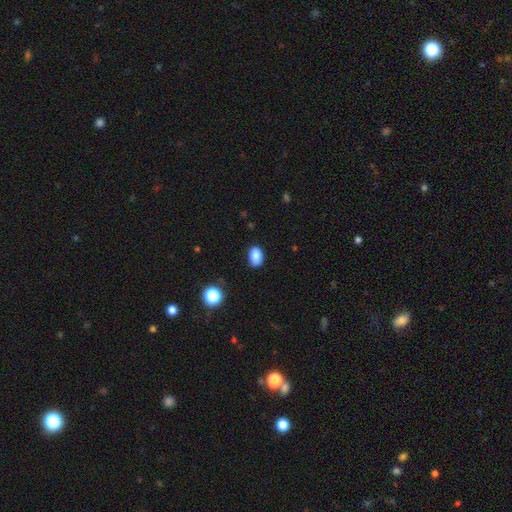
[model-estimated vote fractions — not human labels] This is clearly a smooth galaxy (86%). How rounded: clearly in between (85%). Merging: clearly none (83%).